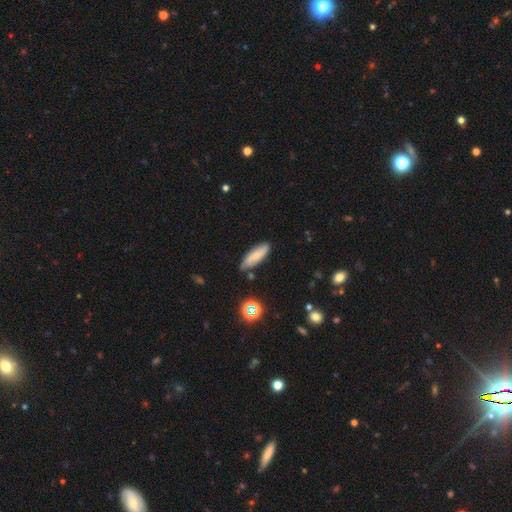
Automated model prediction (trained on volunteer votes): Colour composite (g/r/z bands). It shows a smooth galaxy with no disk features (64%) that is in between round and cigar-shaped (52%). Merging: none (76%).